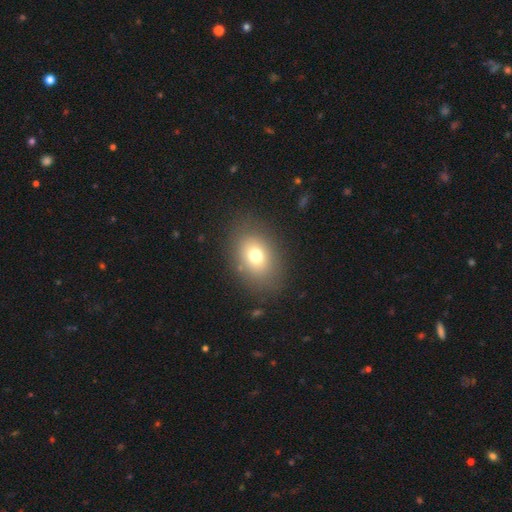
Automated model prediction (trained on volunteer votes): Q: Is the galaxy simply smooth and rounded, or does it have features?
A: smooth — 72%.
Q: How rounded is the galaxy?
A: in between — 68%.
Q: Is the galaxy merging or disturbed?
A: none — 82%.